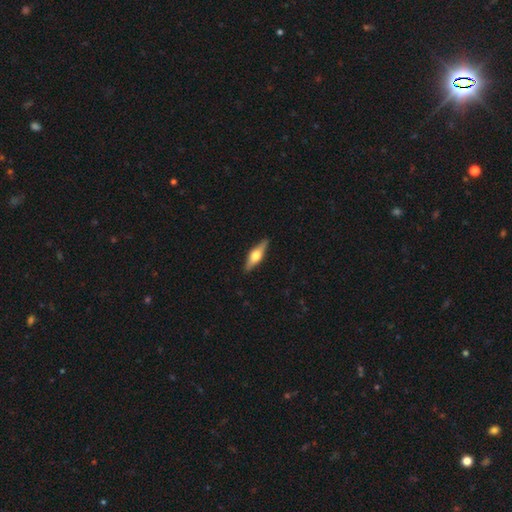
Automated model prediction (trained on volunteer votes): Smooth or featured? featured or disk (50%)
Edge-on disk? yes (92%)
Merging? none (89%)